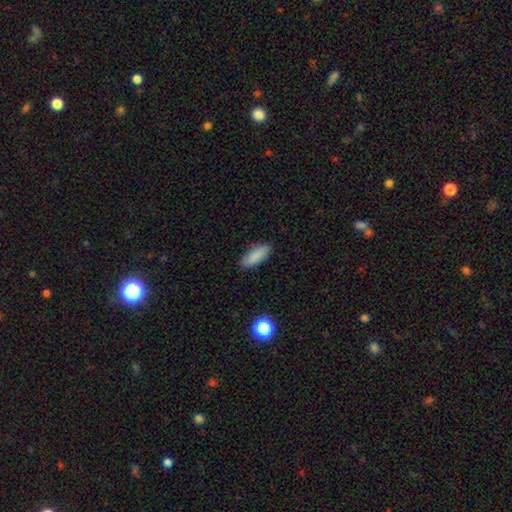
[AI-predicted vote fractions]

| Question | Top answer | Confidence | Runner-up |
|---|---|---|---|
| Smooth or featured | smooth | 88% | star or artifact (7%) |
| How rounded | in between | 69% | cigar-shaped (29%) |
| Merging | none | 87% | minor disturbance (10%) |